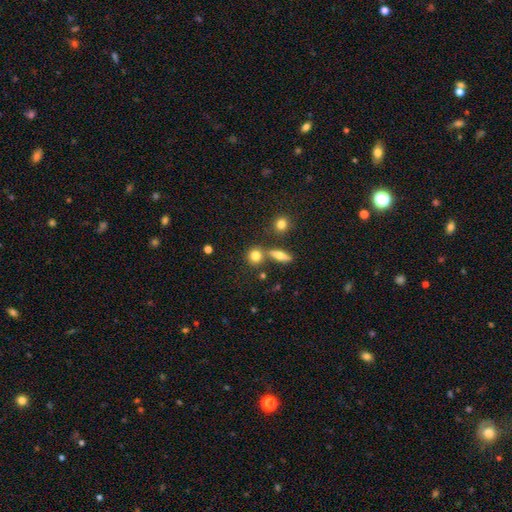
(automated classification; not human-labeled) Morphology: type=smooth (78%); roundness=round (83%); merging=none (68%).